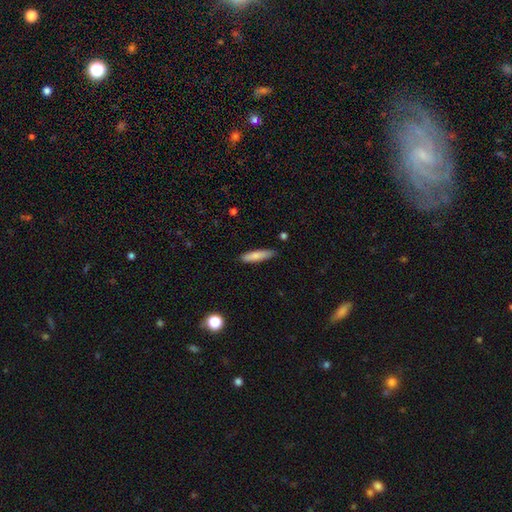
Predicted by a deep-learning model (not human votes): Smooth or featured?
  - smooth: 80% *
  - featured or disk: 14%
  - star or artifact: 6%
How rounded?
  - cigar-shaped: 80% *
  - in between: 18%
  - round: 1%
Merging?
  - none: 85% *
  - minor disturbance: 11%
  - major disturbance: 2%
  - merger: 2%